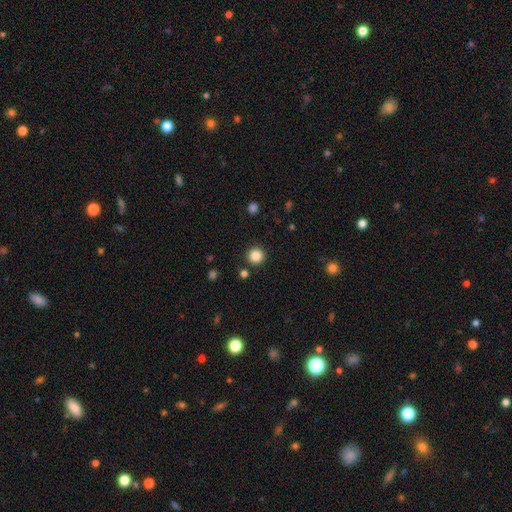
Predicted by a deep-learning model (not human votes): smooth_or_featured: smooth (p=0.85) [alt: star or artifact p=0.11]
how_rounded: round (p=0.95) [alt: in between p=0.04]
merging: none (p=0.90) [alt: minor disturbance p=0.05]